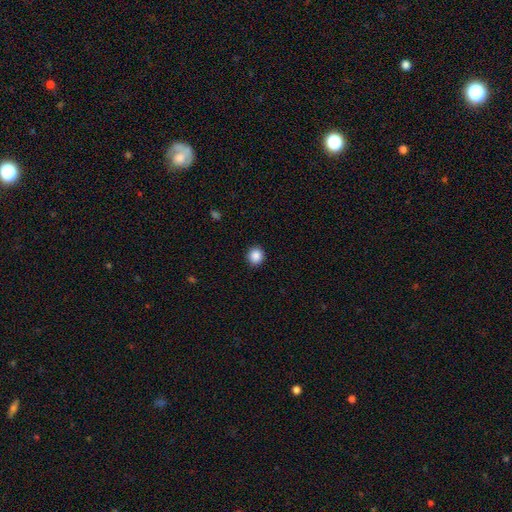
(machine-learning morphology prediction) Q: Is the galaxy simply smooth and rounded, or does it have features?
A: smooth — 89%.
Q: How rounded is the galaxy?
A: round — 87%.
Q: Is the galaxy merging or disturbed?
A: none — 92%.